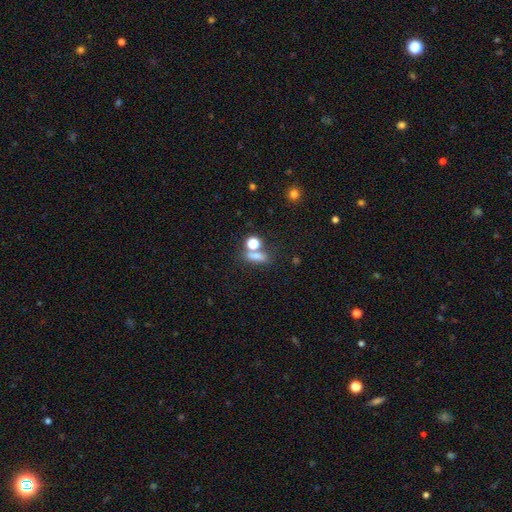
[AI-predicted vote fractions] Morphology: type=smooth (66%); roundness=in between (47%); merging=none (57%).